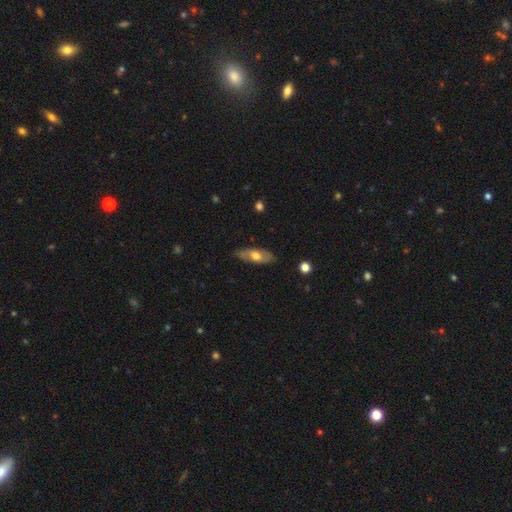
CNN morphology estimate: Overall: smooth (51%; featured or disk 43%). How rounded: in between (71%). Merging: none (80%).